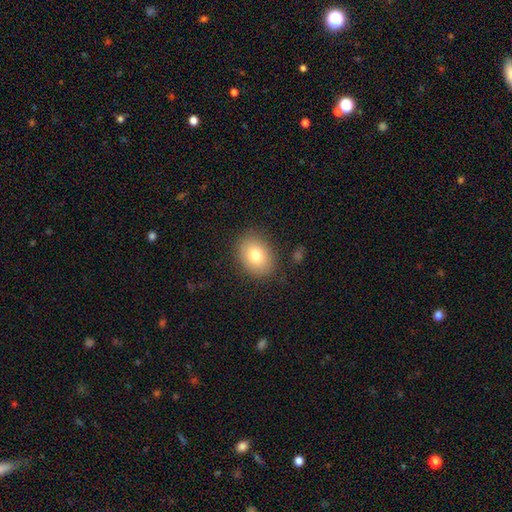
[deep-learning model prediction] smooth_or_featured: smooth (p=0.77) [alt: featured or disk p=0.14]
how_rounded: in between (p=0.64) [alt: round p=0.35]
merging: none (p=0.84) [alt: minor disturbance p=0.11]